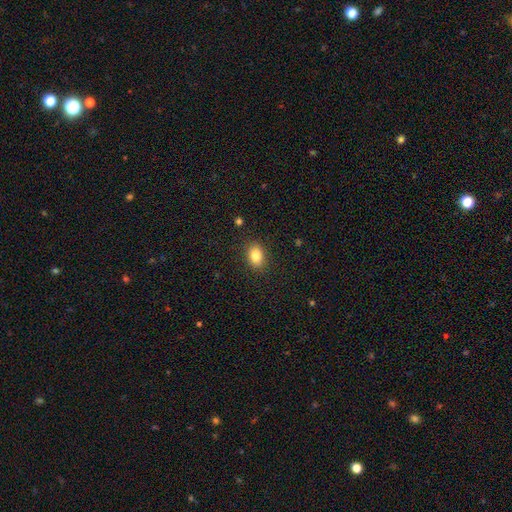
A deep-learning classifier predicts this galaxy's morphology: This is clearly a smooth galaxy (84%). How rounded: likely in between (77%). Merging: clearly none (88%).